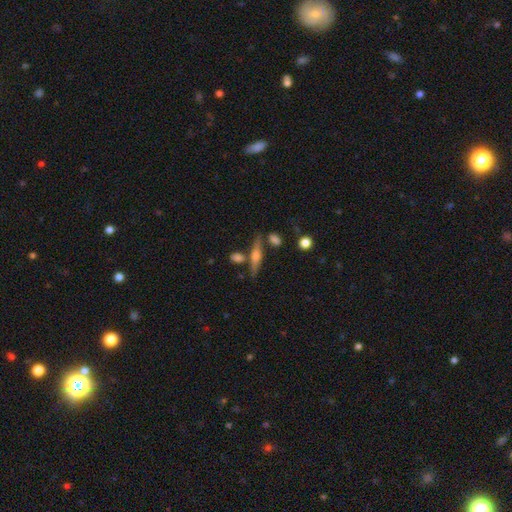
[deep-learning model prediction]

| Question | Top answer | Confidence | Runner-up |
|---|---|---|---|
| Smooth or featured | featured or disk | 63% | smooth (30%) |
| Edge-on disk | yes | 95% | no (5%) |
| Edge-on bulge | rounded | 88% | boxy (8%) |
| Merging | none | 75% | minor disturbance (12%) |